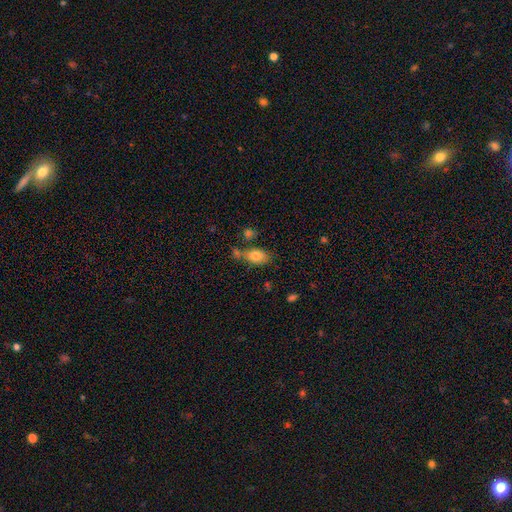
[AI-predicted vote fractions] Smooth or featured?
  - smooth: 79% *
  - featured or disk: 12%
  - star or artifact: 8%
How rounded?
  - in between: 87% *
  - round: 10%
  - cigar-shaped: 3%
Merging?
  - none: 57% *
  - minor disturbance: 20%
  - merger: 17%
  - major disturbance: 6%